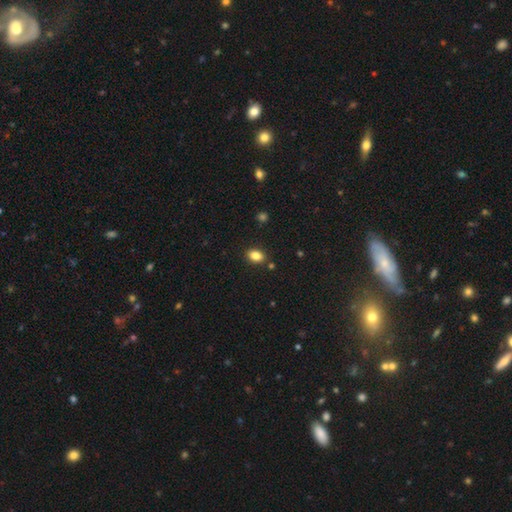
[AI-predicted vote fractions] The model was most divided on "how rounded": in between: 81%, round: 18%, cigar-shaped: 1%. More confident: merging — none (86%); smooth or featured — smooth (85%).